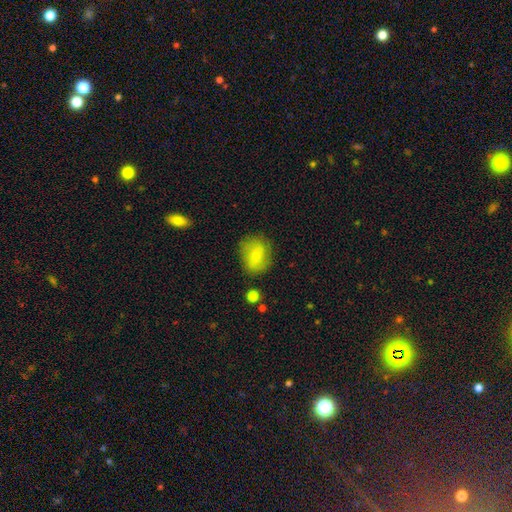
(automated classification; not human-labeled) This is likely a smooth galaxy (78%). How rounded: likely in between (62%). Merging: likely none (70%).